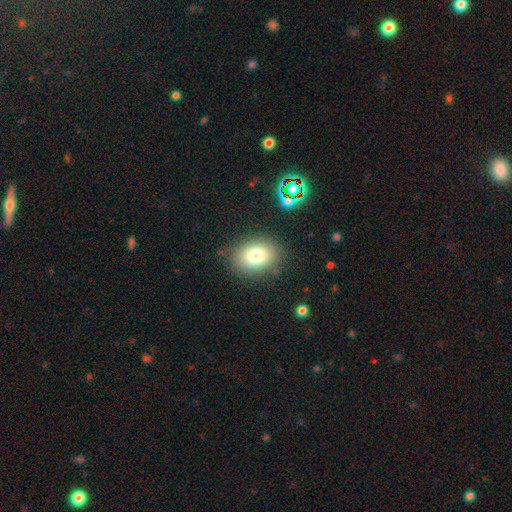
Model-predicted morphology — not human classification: This is likely a smooth galaxy (79%). How rounded: likely in between (70%). Merging: clearly none (83%).